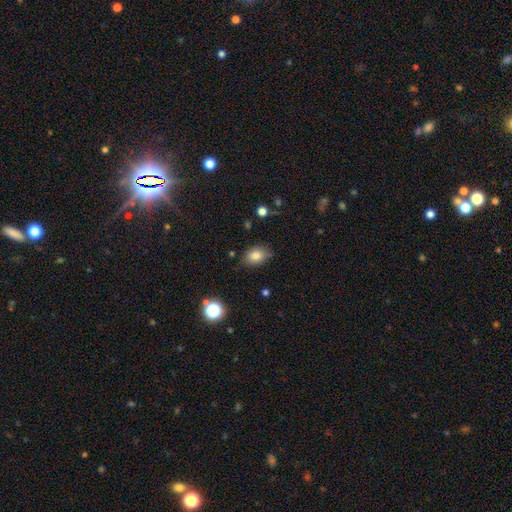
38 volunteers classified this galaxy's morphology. A smooth galaxy with no disk features (89%) that is in between round and cigar-shaped (76%).

Vote fractions:
- Smooth or featured? smooth: 89% / star or artifact: 8% / featured or disk: 3%
- How rounded? in between: 76% / round: 24% / cigar-shaped: 0%
- Merging? none: 74% / minor disturbance: 23% / major disturbance: 3% / merger: 0%